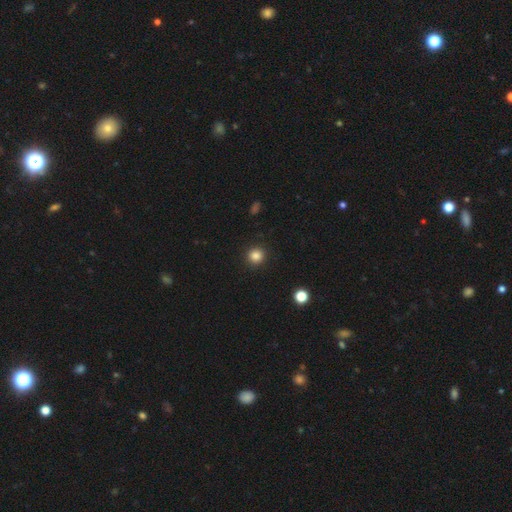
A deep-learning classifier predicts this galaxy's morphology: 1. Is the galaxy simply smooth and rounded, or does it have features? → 84% smooth, 12% star or artifact, 4% featured or disk.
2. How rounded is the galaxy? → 94% round, 5% in between, 1% cigar-shaped.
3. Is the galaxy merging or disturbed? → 92% none, 5% minor disturbance, 2% major disturbance, 1% merger.